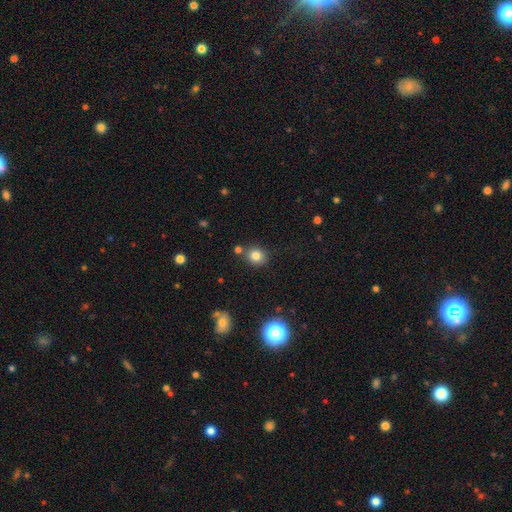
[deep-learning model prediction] Q: Smooth or featured?
A: smooth (80%); runner-up: star or artifact (13%)
Q: How rounded?
A: round (77%); runner-up: in between (22%)
Q: Merging?
A: none (78%); runner-up: merger (10%)